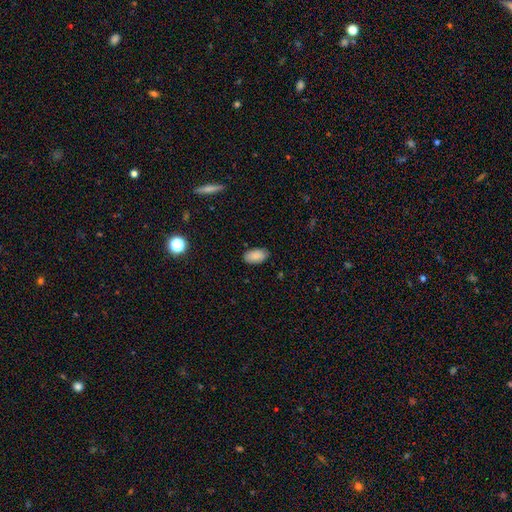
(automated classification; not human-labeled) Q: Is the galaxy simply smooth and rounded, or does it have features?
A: smooth — 88%.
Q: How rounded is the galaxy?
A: in between — 95%.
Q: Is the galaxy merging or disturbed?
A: none — 85%.